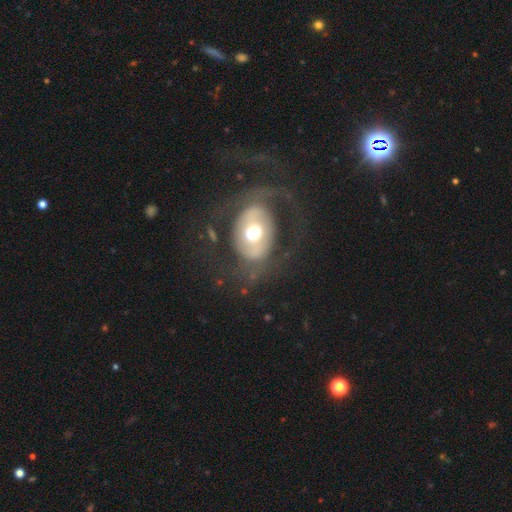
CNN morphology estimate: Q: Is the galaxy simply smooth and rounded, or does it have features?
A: featured or disk — 73%.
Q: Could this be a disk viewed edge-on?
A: no — 96%.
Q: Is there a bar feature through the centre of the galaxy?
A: no — 56%.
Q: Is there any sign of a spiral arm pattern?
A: yes — 60%.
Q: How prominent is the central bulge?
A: moderate — 67%.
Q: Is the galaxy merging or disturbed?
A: none — 62%.